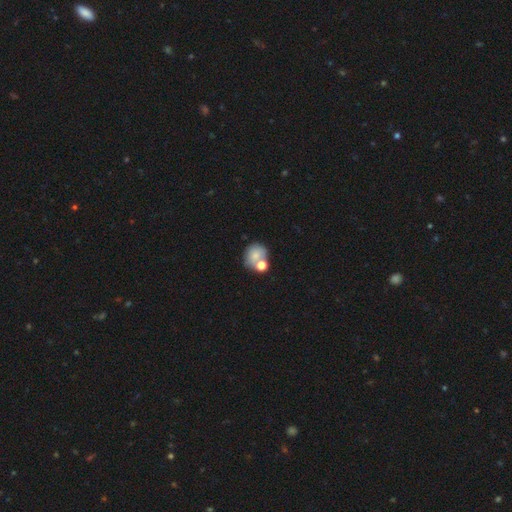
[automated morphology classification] Smooth or featured?
  - smooth: 72% *
  - featured or disk: 18%
  - star or artifact: 10%
How rounded?
  - round: 76% *
  - in between: 23%
  - cigar-shaped: 1%
Merging?
  - none: 47% *
  - merger: 33%
  - minor disturbance: 14%
  - major disturbance: 6%